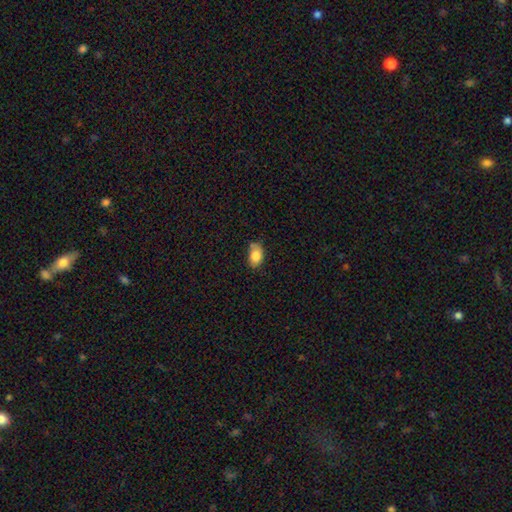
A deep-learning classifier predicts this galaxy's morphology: This is clearly a smooth galaxy (82%). How rounded: clearly in between (86%). Merging: possibly none (58%).